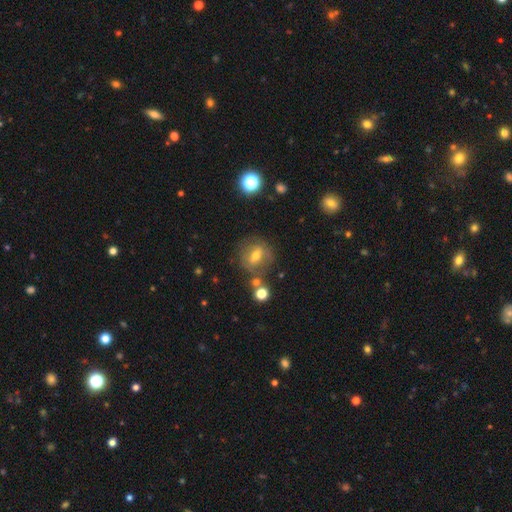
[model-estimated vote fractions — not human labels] This is possibly a smooth galaxy (52%). How rounded: likely round (64%). Merging: likely none (64%).